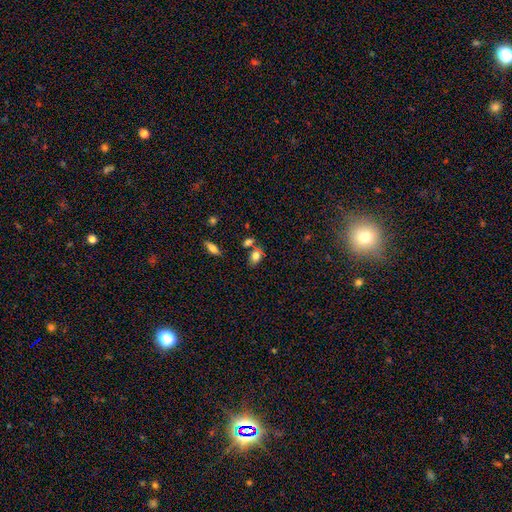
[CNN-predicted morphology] The model was most divided on "merging": none: 56%, merger: 26%, minor disturbance: 14%, major disturbance: 4%. More confident: how rounded — in between (78%); smooth or featured — smooth (76%).